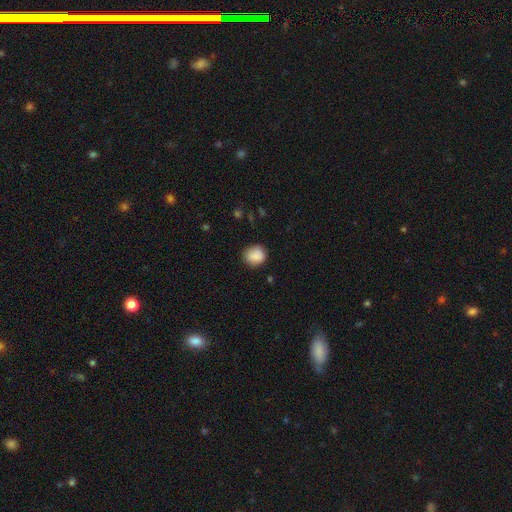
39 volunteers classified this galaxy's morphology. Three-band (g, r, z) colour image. It shows a smooth galaxy with no disk features (90%) that is round (66%). Merging: none (83%).